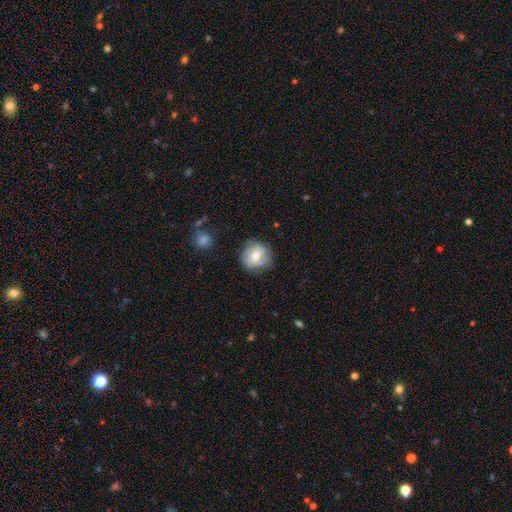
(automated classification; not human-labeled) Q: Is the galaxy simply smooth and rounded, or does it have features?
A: smooth — 55%.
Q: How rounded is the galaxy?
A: round — 86%.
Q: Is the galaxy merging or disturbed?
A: none — 69%.